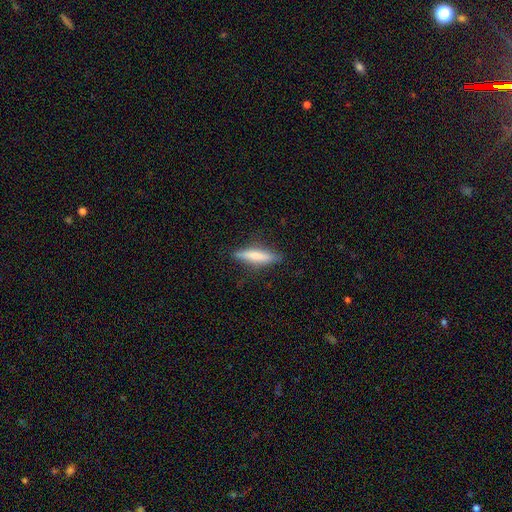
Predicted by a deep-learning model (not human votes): Q: Smooth or featured?
A: smooth (67%); runner-up: featured or disk (27%)
Q: How rounded?
A: cigar-shaped (85%); runner-up: in between (14%)
Q: Merging?
A: none (84%); runner-up: minor disturbance (12%)